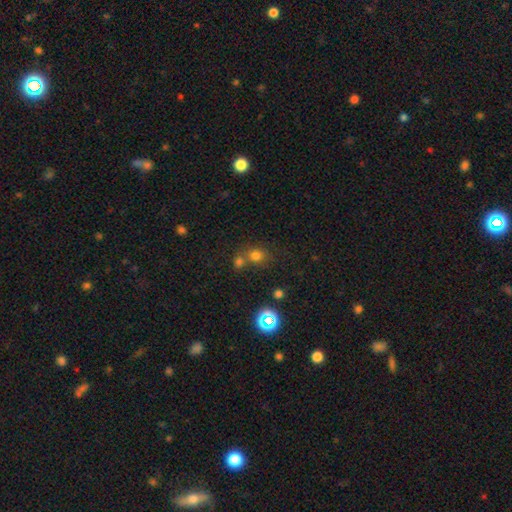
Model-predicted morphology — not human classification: type=smooth (70%); roundness=round (79%); merging=none (50%).